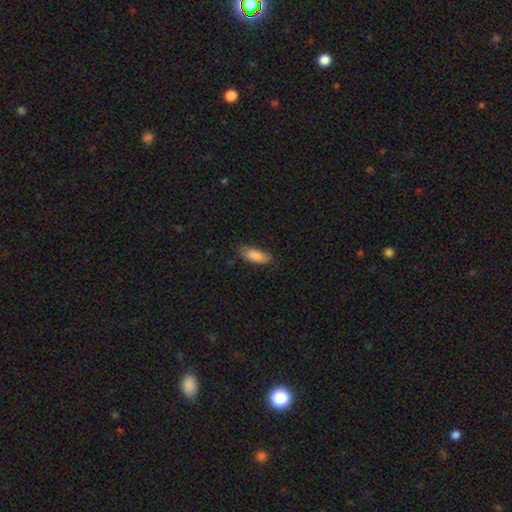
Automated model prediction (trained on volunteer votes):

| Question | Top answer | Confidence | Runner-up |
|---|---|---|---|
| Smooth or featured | smooth | 87% | featured or disk (7%) |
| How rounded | in between | 77% | cigar-shaped (21%) |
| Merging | none | 74% | minor disturbance (20%) |